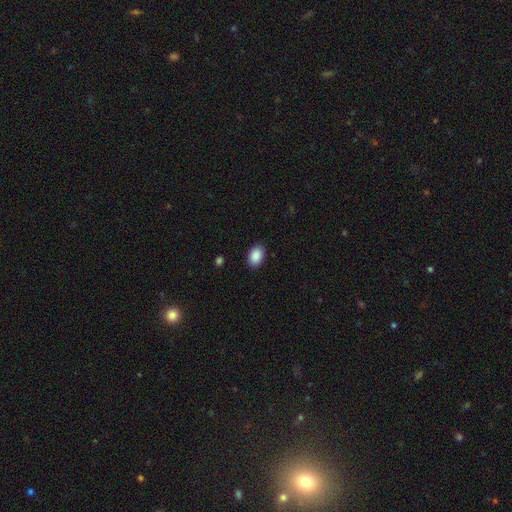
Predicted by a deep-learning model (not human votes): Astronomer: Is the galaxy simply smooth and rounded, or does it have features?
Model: smooth — 90%.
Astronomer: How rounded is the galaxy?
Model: in between — 83%.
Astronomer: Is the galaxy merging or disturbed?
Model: none — 88%.